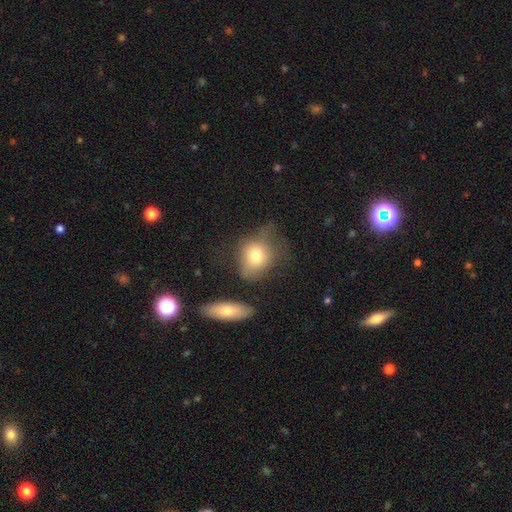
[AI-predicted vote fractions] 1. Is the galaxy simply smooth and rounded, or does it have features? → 73% smooth, 17% featured or disk, 9% star or artifact.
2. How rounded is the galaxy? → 55% round, 43% in between, 2% cigar-shaped.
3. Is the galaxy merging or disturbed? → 44% none, 26% minor disturbance, 20% major disturbance, 9% merger.